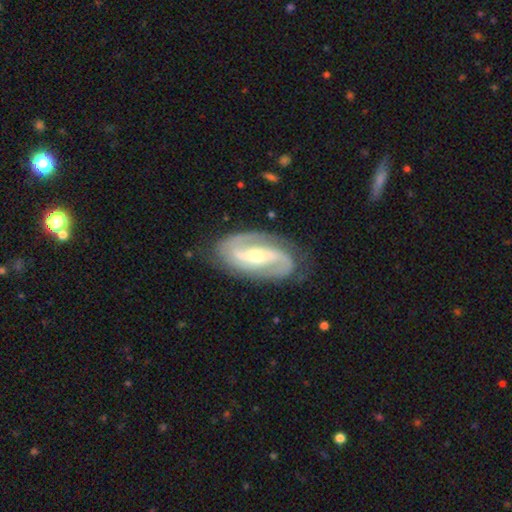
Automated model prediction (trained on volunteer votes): Q: Smooth or featured?
A: featured or disk (89%); runner-up: smooth (7%)
Q: Edge-on disk?
A: no (96%); runner-up: yes (4%)
Q: Bar?
A: strong (42%); runner-up: weak (34%)
Q: Spiral arms?
A: yes (96%); runner-up: no (4%)
Q: Spiral winding?
A: medium (50%); runner-up: tight (27%)
Q: Spiral arm count?
A: 2 (91%); runner-up: can't tell (3%)
Q: Bulge size?
A: moderate (51%); runner-up: small (44%)
Q: Merging?
A: none (80%); runner-up: minor disturbance (14%)